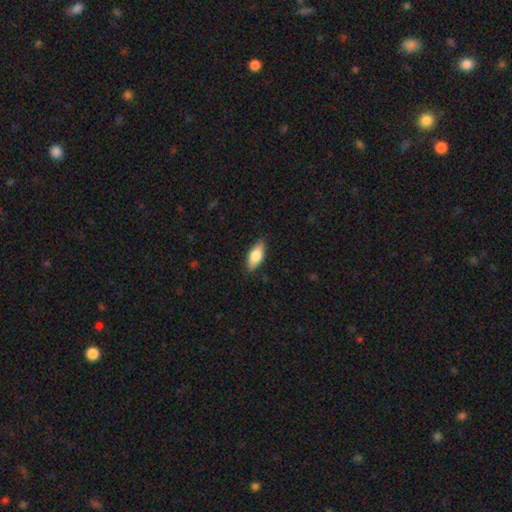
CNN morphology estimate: The model was most divided on "smooth or featured": smooth: 77%, featured or disk: 17%, star or artifact: 6%. More confident: merging — none (87%); how rounded — in between (80%).